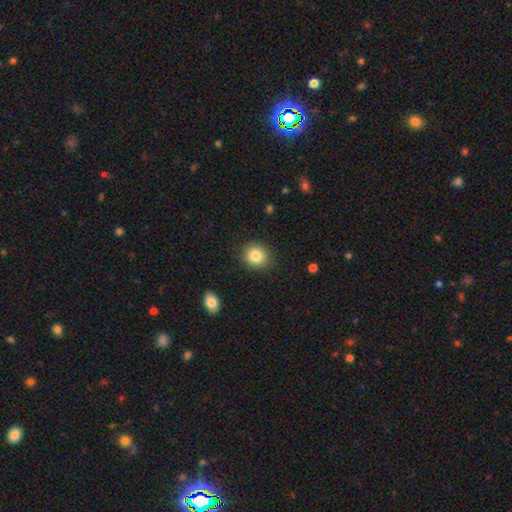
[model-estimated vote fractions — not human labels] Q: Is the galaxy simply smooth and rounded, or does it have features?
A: smooth — 84%.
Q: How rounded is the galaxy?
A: round — 78%.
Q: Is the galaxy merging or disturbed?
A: none — 87%.